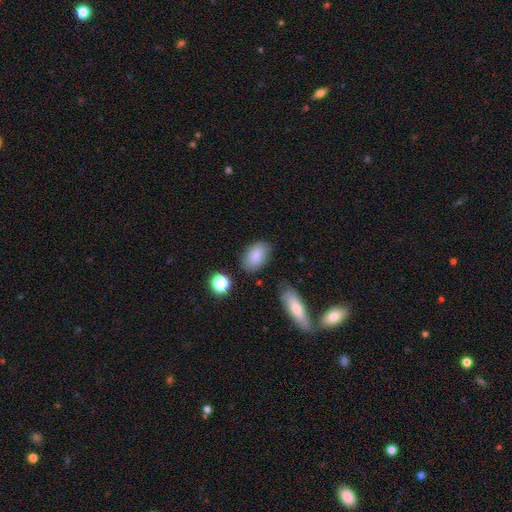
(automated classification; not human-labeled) Q: Smooth or featured?
A: smooth (82%); runner-up: featured or disk (10%)
Q: How rounded?
A: in between (90%); runner-up: round (9%)
Q: Merging?
A: none (77%); runner-up: minor disturbance (15%)